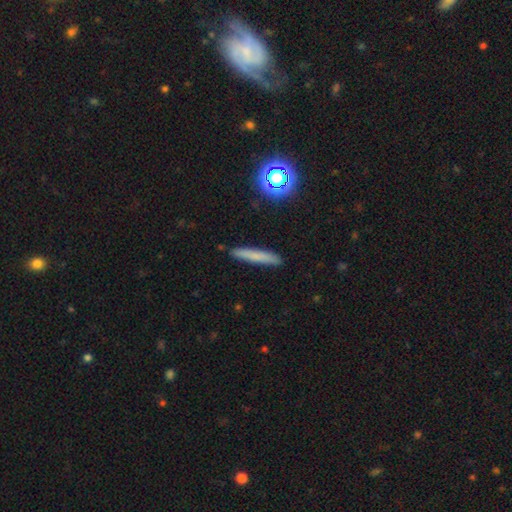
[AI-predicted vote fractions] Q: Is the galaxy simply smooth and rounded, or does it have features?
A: smooth — 71%.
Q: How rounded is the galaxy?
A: cigar-shaped — 93%.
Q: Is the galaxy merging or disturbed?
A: none — 90%.